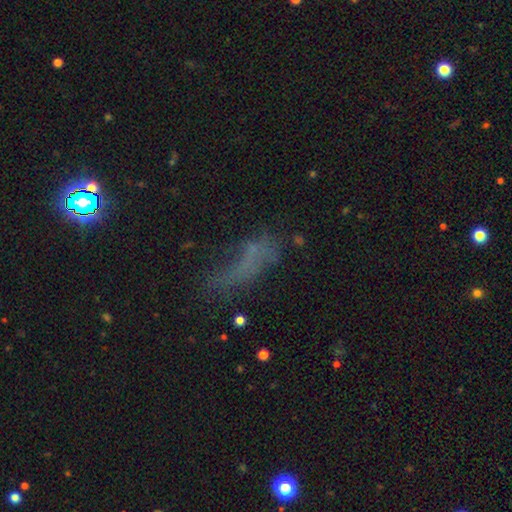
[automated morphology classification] A smooth galaxy with no disk features (39%). Merging: none (38%).